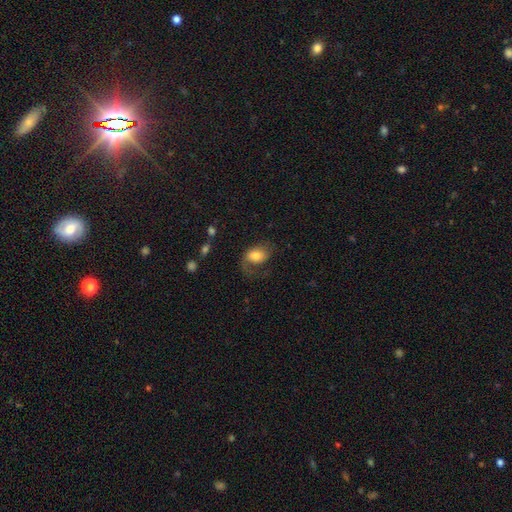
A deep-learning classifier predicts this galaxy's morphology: Q: Smooth or featured?
A: smooth (60%); runner-up: featured or disk (32%)
Q: How rounded?
A: in between (73%); runner-up: round (26%)
Q: Merging?
A: none (41%); runner-up: major disturbance (34%)